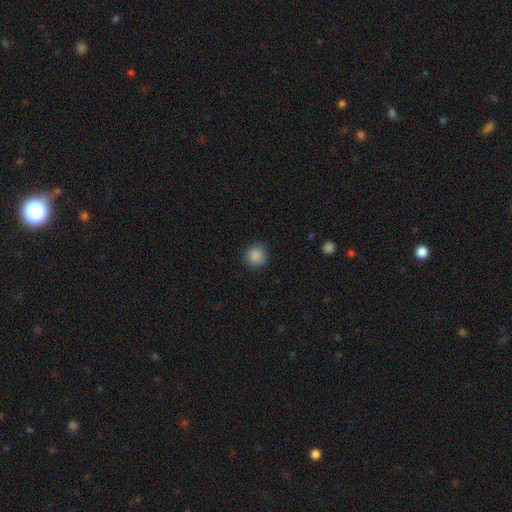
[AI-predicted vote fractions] Overall: smooth (88%). How rounded: round (94%). Merging: none (90%).